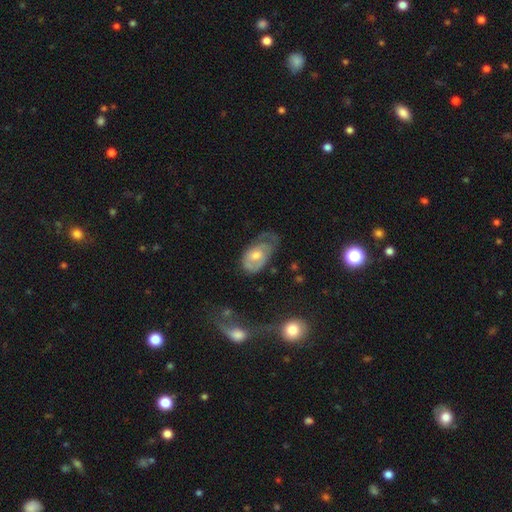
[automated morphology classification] Smooth or featured?
  - featured or disk: 60% *
  - smooth: 33%
  - star or artifact: 7%
Edge-on disk?
  - no: 93% *
  - yes: 7%
Bar?
  - no: 76% *
  - weak: 21%
  - strong: 4%
Spiral arms?
  - yes: 61% *
  - no: 39%
Bulge size?
  - moderate: 62% *
  - small: 27%
  - large: 8%
  - none: 3%
  - dominant: 1%
Merging?
  - none: 40% *
  - minor disturbance: 32%
  - major disturbance: 25%
  - merger: 3%